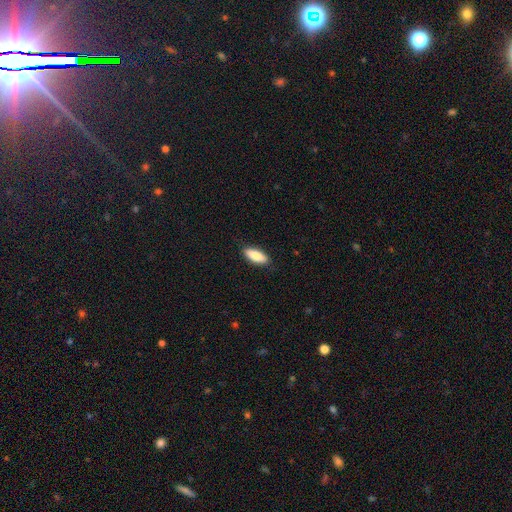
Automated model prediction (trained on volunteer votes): A smooth galaxy with no disk features (84%) that is in between round and cigar-shaped (74%). Merging: none (88%).